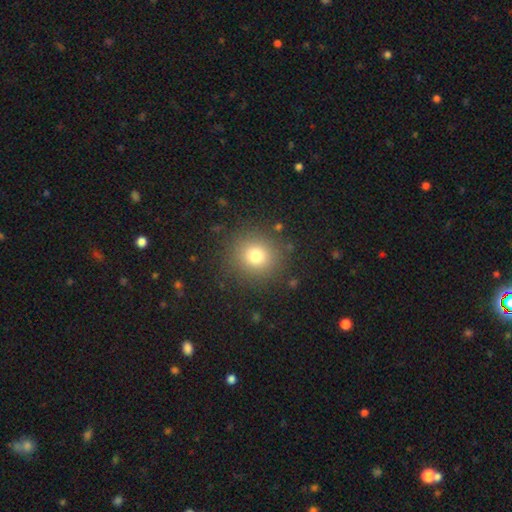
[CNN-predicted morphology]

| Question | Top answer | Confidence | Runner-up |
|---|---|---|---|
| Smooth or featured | smooth | 77% | star or artifact (14%) |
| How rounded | round | 92% | in between (7%) |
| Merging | none | 88% | minor disturbance (7%) |